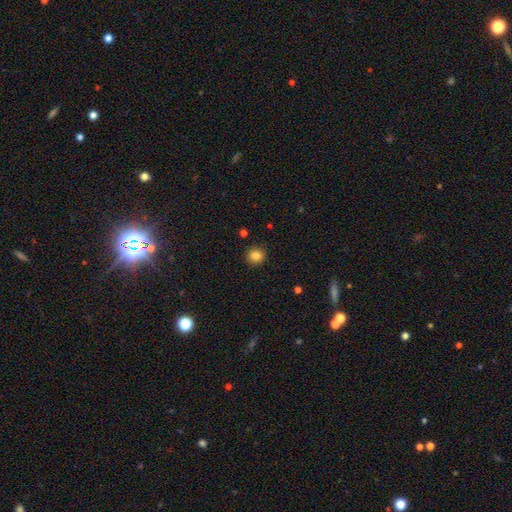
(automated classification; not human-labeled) This is clearly a smooth galaxy (84%). How rounded: clearly round (88%). Merging: clearly none (90%).